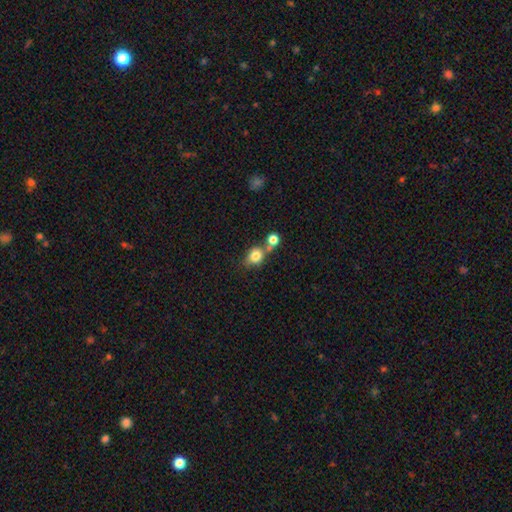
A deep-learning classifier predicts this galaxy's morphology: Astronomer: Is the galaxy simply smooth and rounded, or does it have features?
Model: smooth — 79%.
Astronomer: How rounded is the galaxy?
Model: round — 66%.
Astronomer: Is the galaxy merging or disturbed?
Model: none — 50% (runner-up: merger, 33%).